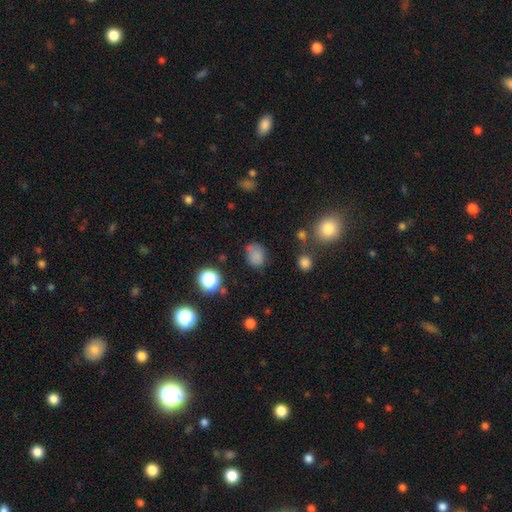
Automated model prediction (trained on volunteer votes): This appears to be a smooth galaxy with no disk features (78%) that is in between round and cigar-shaped (51%). Merging: none (61%).